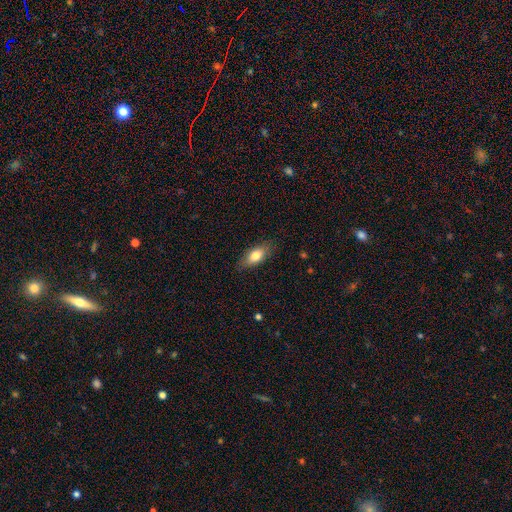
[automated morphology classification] Smooth or featured?
  - smooth: 76% *
  - featured or disk: 17%
  - star or artifact: 7%
How rounded?
  - in between: 82% *
  - cigar-shaped: 14%
  - round: 4%
Merging?
  - none: 82% *
  - minor disturbance: 14%
  - major disturbance: 3%
  - merger: 1%